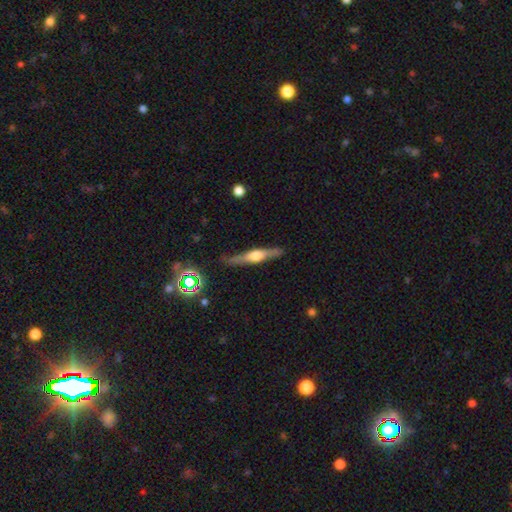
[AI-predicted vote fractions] A featured or disk galaxy (69%) viewed edge-on (96%) with a rounded central bulge (87%).

Vote fractions:
- Smooth or featured? featured or disk: 69% / smooth: 24% / star or artifact: 6%
- Edge-on disk? yes: 96% / no: 4%
- Edge-on bulge? rounded: 87% / boxy: 9% / none: 3%
- Merging? none: 84% / minor disturbance: 12% / major disturbance: 2% / merger: 2%